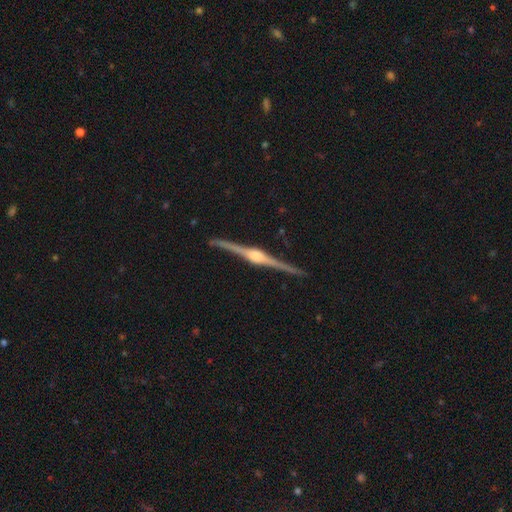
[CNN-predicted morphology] This appears to be a featured or disk galaxy (92%) viewed edge-on (99%) with a rounded central bulge (88%). Merging: none (92%).